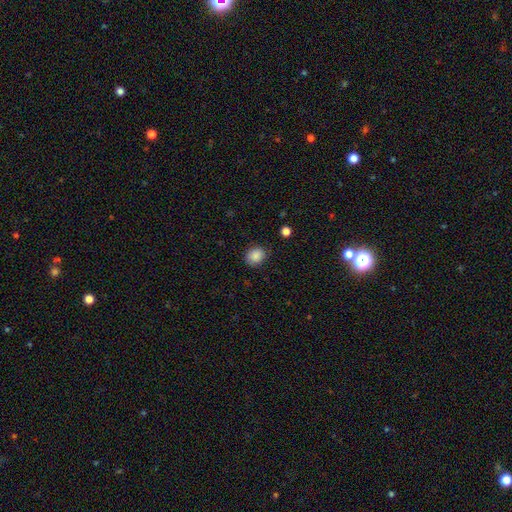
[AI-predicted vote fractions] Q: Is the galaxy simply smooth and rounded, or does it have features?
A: smooth — 87%.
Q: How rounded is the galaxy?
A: round — 66%.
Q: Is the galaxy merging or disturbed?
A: none — 83%.